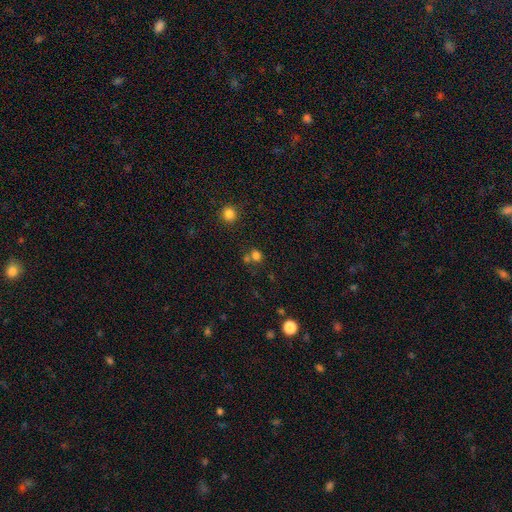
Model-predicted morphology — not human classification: This appears to be a smooth galaxy with no disk features (75%) that is round (73%). Merging: none (56%).